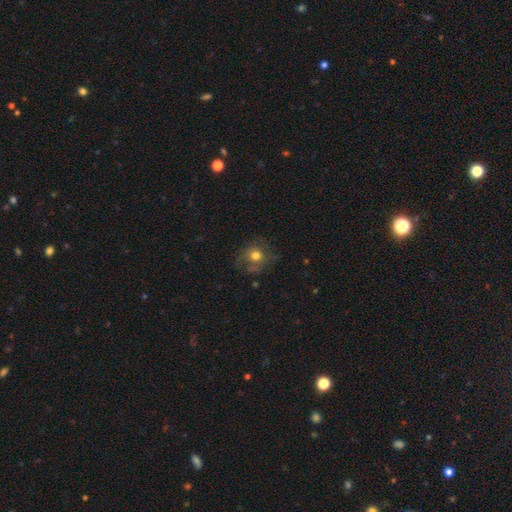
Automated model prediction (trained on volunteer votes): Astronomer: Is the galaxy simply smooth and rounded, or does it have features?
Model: smooth — 59%.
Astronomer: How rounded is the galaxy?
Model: round — 82%.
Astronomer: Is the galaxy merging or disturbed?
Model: none — 66%.